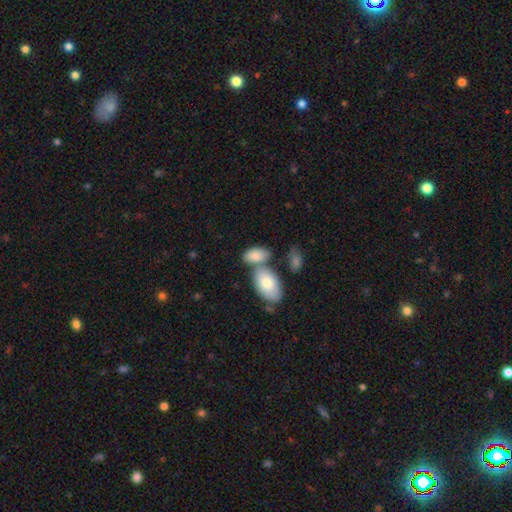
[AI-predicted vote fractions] This is clearly a smooth galaxy (83%). How rounded: clearly in between (93%). Merging: marginally none (44%).